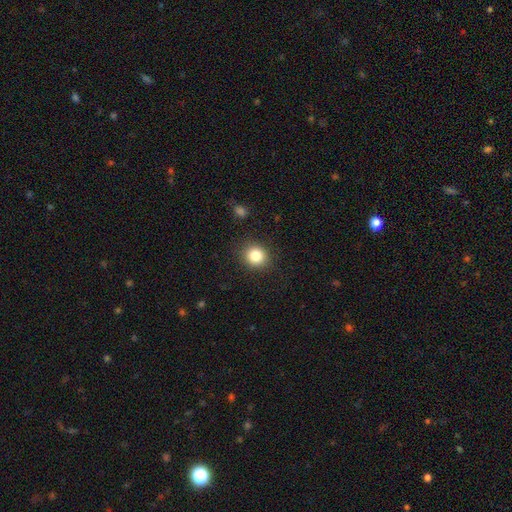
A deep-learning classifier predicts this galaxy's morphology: Overall: smooth (84%). How rounded: round (83%). Merging: none (88%).